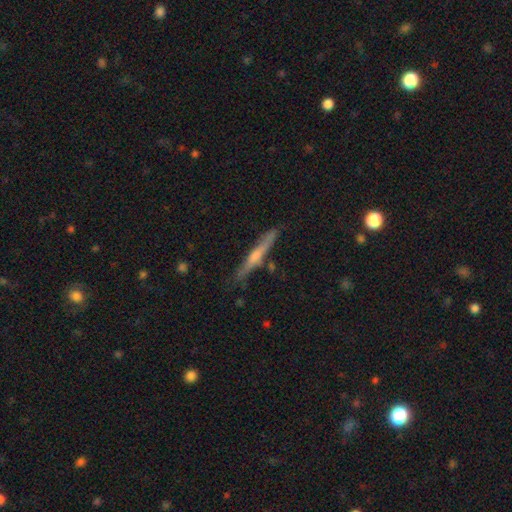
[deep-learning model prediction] smooth_or_featured: featured or disk (p=0.56) [alt: smooth p=0.38]
disk_edge_on: yes (p=0.96) [alt: no p=0.04]
edge_on_bulge: rounded (p=0.64) [alt: none p=0.29]
merging: none (p=0.81) [alt: minor disturbance p=0.13]